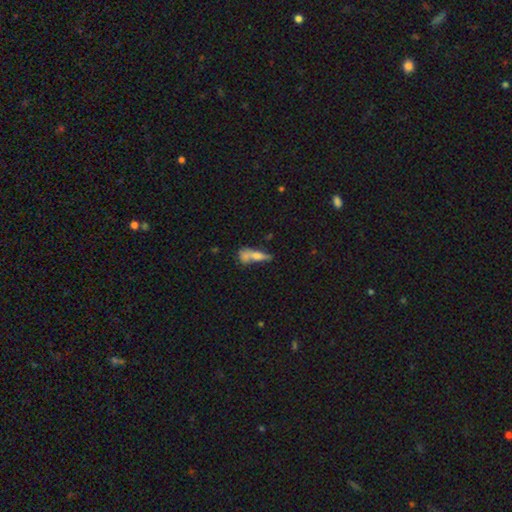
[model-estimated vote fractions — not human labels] The model was most divided on "merging": none: 36%, merger: 35%, minor disturbance: 17%, major disturbance: 13%. More confident: how rounded — cigar-shaped (59%); smooth or featured — smooth (55%).